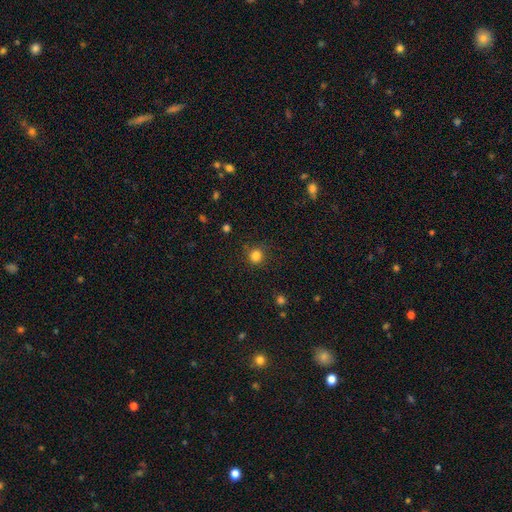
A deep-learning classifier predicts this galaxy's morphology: smooth_or_featured: smooth (p=0.84) [alt: star or artifact p=0.12]
how_rounded: round (p=0.90) [alt: in between p=0.09]
merging: none (p=0.83) [alt: minor disturbance p=0.11]